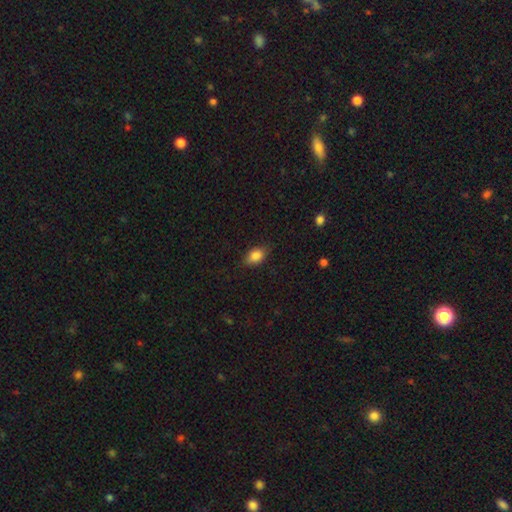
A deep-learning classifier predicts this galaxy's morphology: Smooth or featured? Predicted: smooth (p=0.84). How rounded? Predicted: in between (p=0.81). Merging? Predicted: none (p=0.78).